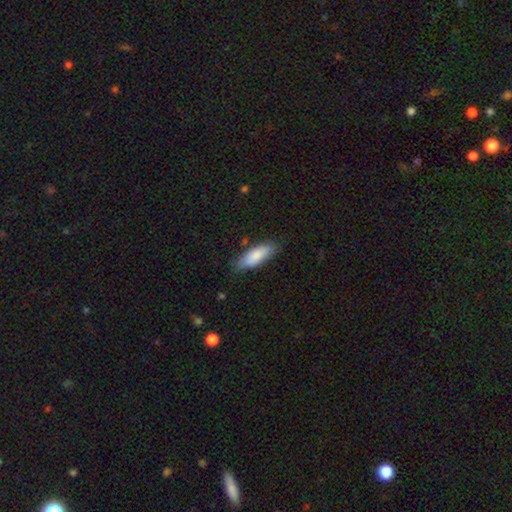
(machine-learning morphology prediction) This appears to be a smooth galaxy with no disk features (84%) that is in between round and cigar-shaped (65%). Merging: none (78%).